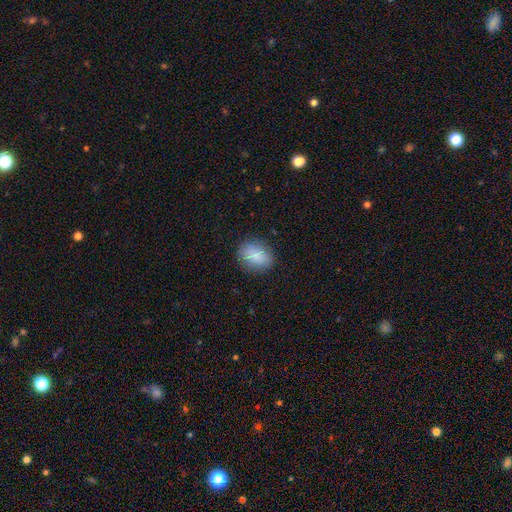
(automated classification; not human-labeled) This is clearly a smooth galaxy (85%). How rounded: likely in between (63%). Merging: clearly none (83%).